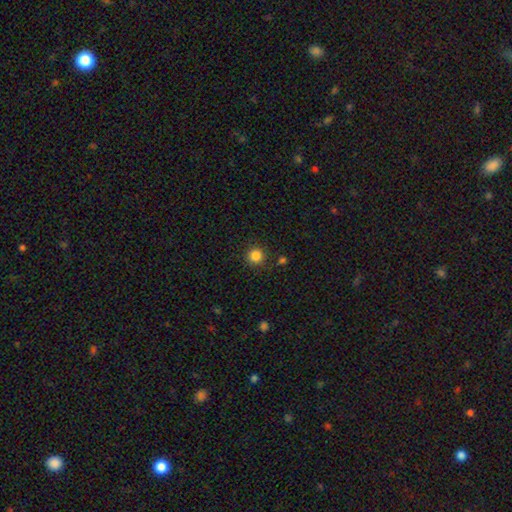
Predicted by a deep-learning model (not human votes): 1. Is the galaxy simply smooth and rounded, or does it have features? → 85% smooth, 12% star or artifact, 4% featured or disk.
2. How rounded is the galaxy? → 94% round, 5% in between, 1% cigar-shaped.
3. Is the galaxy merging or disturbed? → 86% none, 8% minor disturbance, 3% merger, 3% major disturbance.